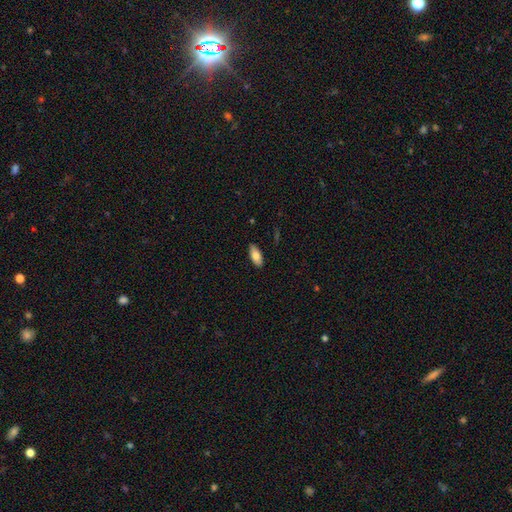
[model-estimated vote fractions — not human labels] Overall: smooth (80%). How rounded: in between (86%). Merging: none (88%).